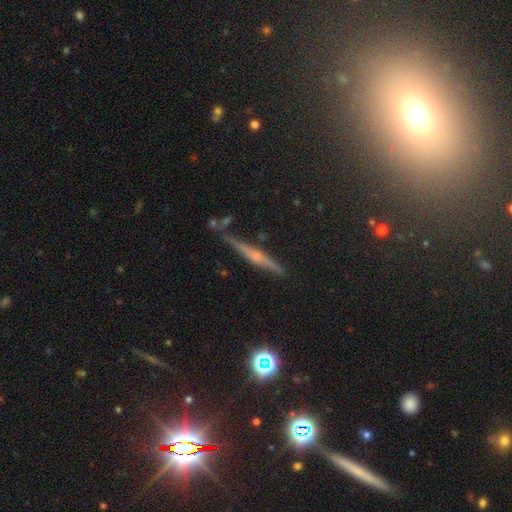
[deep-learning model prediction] Smooth or featured?
  - featured or disk: 61% *
  - smooth: 21%
  - star or artifact: 18%
Edge-on disk?
  - yes: 96% *
  - no: 4%
Edge-on bulge?
  - rounded: 68% *
  - none: 20%
  - boxy: 11%
Merging?
  - none: 82% *
  - minor disturbance: 11%
  - merger: 3%
  - major disturbance: 3%